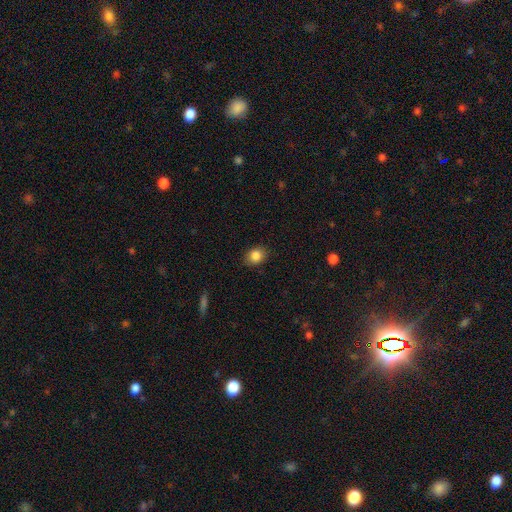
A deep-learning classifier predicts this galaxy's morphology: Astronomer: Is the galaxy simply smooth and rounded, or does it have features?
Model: smooth — 85%.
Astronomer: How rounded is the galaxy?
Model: round — 50% (runner-up: in between, 49%).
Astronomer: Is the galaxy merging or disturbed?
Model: none — 85%.